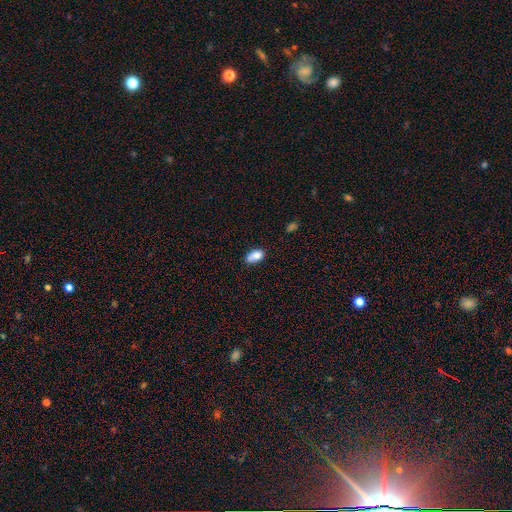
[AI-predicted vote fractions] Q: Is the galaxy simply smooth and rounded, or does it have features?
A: smooth — 81%.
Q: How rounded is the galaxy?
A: in between — 86%.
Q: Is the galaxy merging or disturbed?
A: none — 47%.